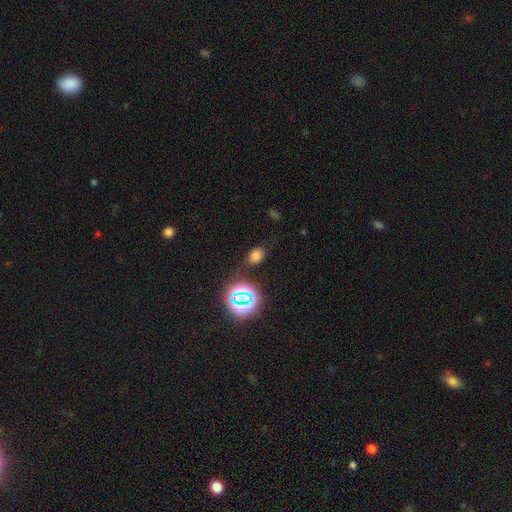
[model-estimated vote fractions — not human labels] This is likely a smooth galaxy (66%). How rounded: likely in between (71%). Merging: likely none (75%).